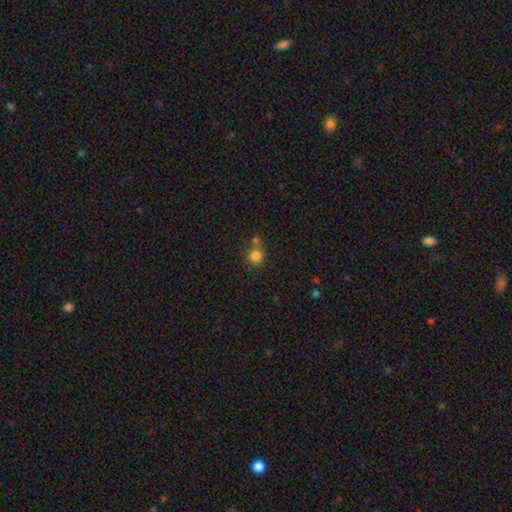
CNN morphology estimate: Q: Smooth or featured?
A: smooth (81%); runner-up: star or artifact (13%)
Q: How rounded?
A: round (88%); runner-up: in between (11%)
Q: Merging?
A: none (60%); runner-up: merger (26%)